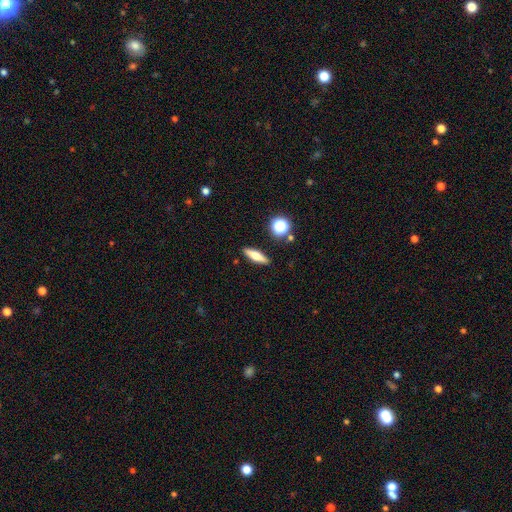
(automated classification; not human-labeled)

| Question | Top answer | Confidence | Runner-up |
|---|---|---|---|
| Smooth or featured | smooth | 54% | featured or disk (37%) |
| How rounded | cigar-shaped | 62% | in between (33%) |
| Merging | none | 89% | minor disturbance (7%) |